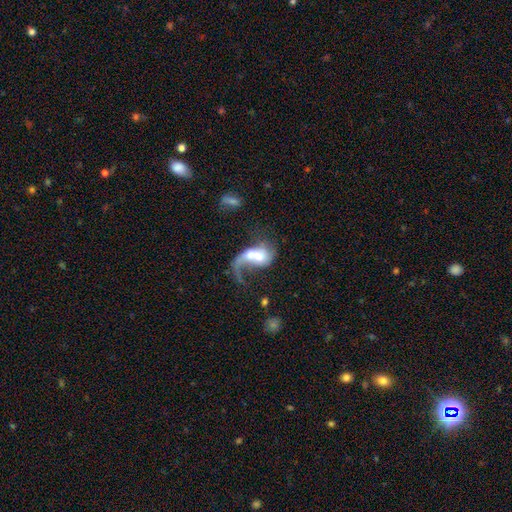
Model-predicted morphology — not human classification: A featured or disk galaxy (54%) with no bar (69%), spiral arms (64%) and a moderate central bulge (47%). Merging: merger (52%).